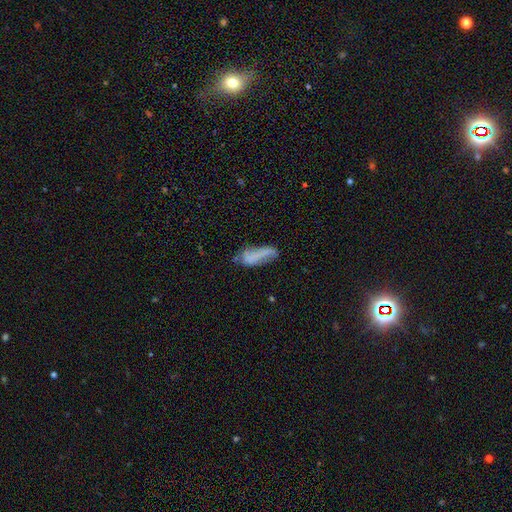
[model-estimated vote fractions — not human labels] Smooth or featured?
  - smooth: 58% *
  - featured or disk: 32%
  - star or artifact: 11%
How rounded?
  - in between: 55% *
  - cigar-shaped: 43%
  - round: 2%
Merging?
  - none: 46% *
  - minor disturbance: 31%
  - major disturbance: 17%
  - merger: 6%